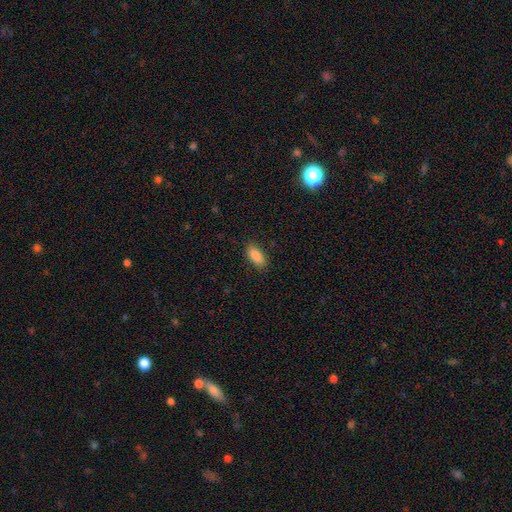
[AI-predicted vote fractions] smooth 88%, star or artifact 7%, featured or disk 4%. Down the decision tree: how rounded — in between (87%); merging — none (87%).